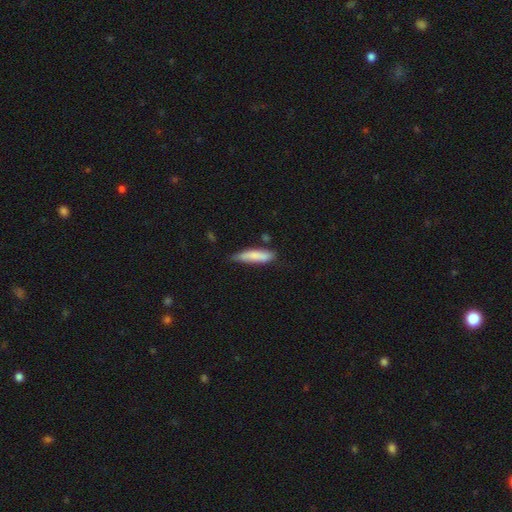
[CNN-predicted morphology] The model was most divided on "merging": none: 62%, minor disturbance: 29%, major disturbance: 5%, merger: 4%. More confident: smooth or featured — smooth (81%); how rounded — cigar-shaped (73%).